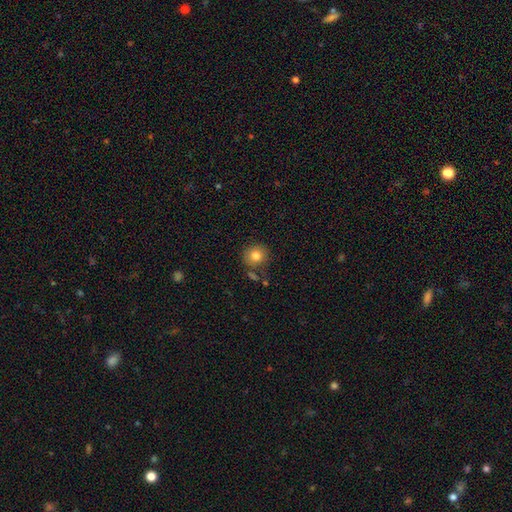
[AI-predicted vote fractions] Morphology: type=smooth (81%); roundness=round (88%); merging=none (76%).